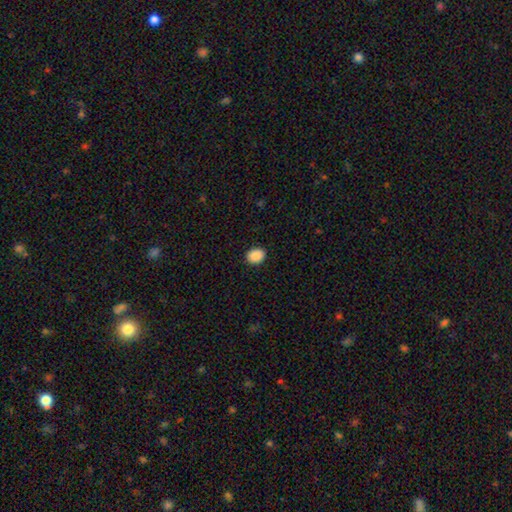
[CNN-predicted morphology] Overall: smooth (89%). How rounded: in between (53%; round 46%). Merging: none (91%).